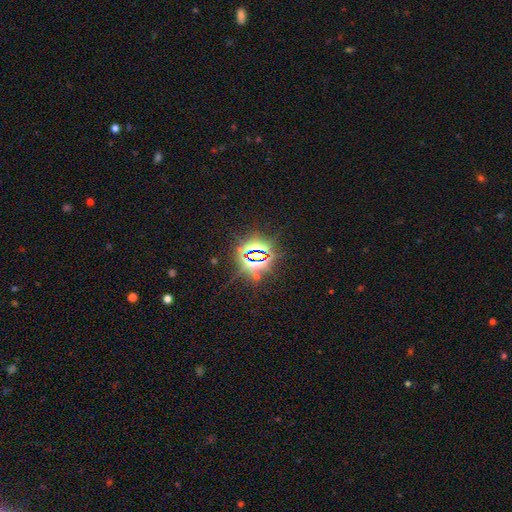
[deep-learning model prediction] This is clearly a star or artifact rather than a galaxy (82%).